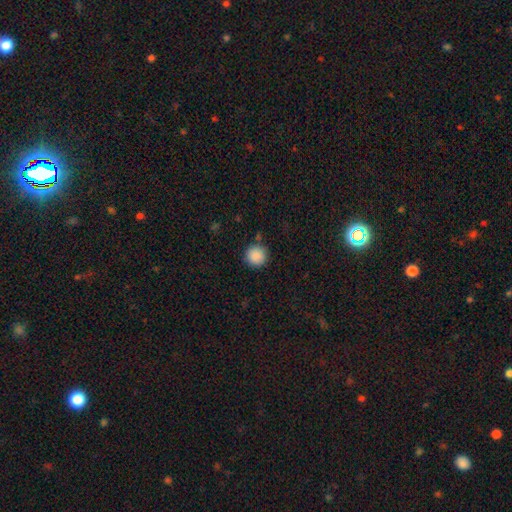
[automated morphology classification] type=smooth (89%); roundness=round (95%); merging=none (88%).